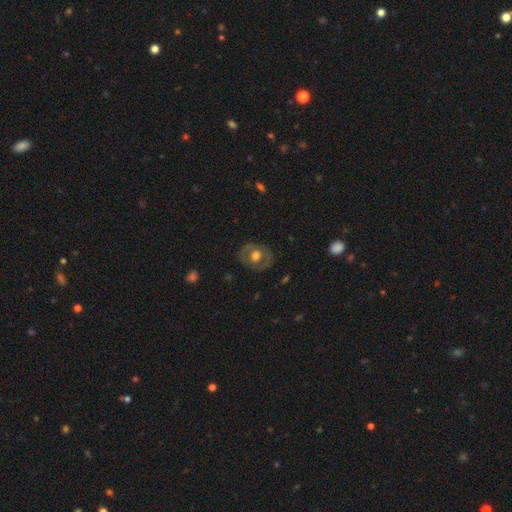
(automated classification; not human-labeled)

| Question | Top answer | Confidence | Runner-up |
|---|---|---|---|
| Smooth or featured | featured or disk | 47% | smooth (46%) |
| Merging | none | 79% | minor disturbance (14%) |